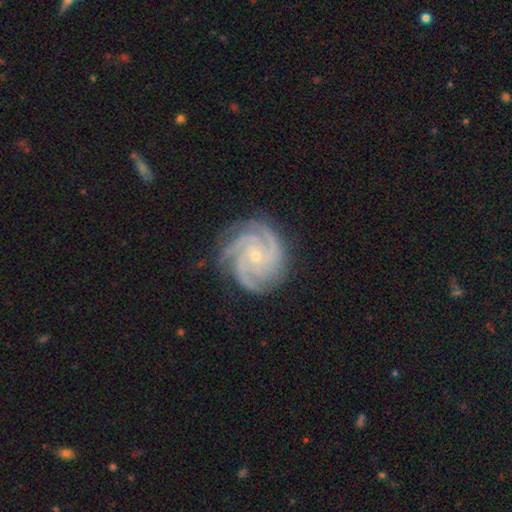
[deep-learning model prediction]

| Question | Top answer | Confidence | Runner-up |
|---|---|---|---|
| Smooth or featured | featured or disk | 92% | star or artifact (5%) |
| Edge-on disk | no | 98% | yes (2%) |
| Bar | no | 76% | weak (18%) |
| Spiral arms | yes | 99% | no (1%) |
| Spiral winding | tight | 73% | medium (25%) |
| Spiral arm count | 4 | 39% | tied: 3 (39%) |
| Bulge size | small | 76% | moderate (21%) |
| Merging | none | 81% | minor disturbance (14%) |